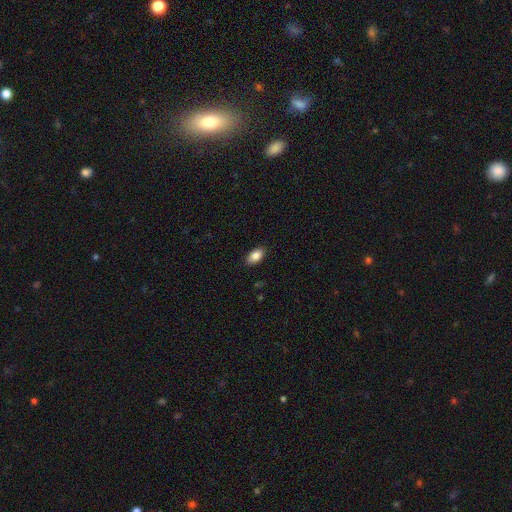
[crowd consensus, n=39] smooth 90%, featured or disk 5%, star or artifact 5%. Down the decision tree: how rounded — in between (100%); merging — none (86%).